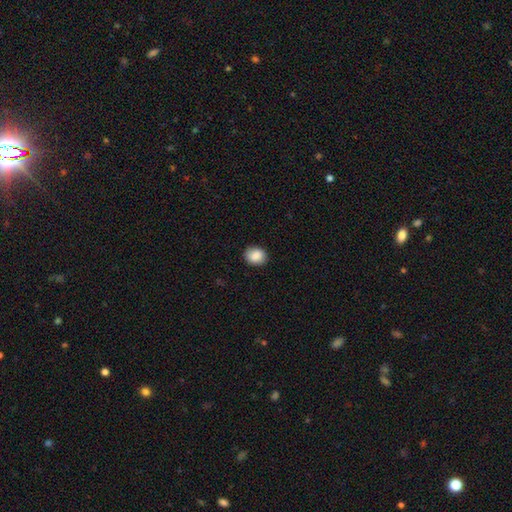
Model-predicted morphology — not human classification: Q: Smooth or featured?
A: smooth (88%); runner-up: star or artifact (8%)
Q: How rounded?
A: round (52%); runner-up: in between (47%)
Q: Merging?
A: none (88%); runner-up: minor disturbance (9%)